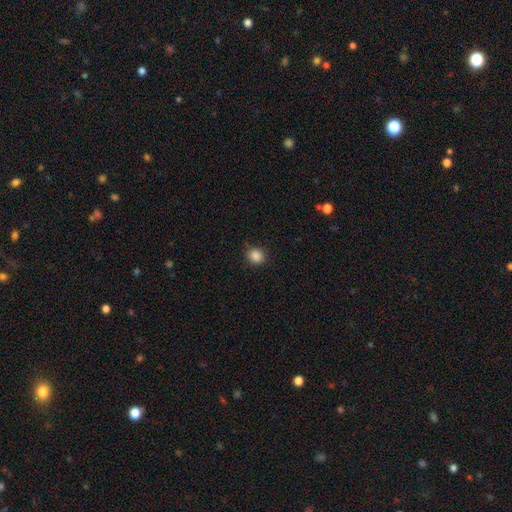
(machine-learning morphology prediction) smooth 86%, star or artifact 10%, featured or disk 3%. Down the decision tree: how rounded — round (83%); merging — none (85%).